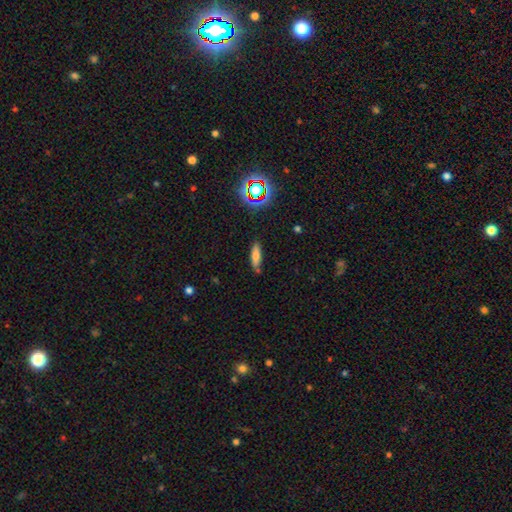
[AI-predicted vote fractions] smooth_or_featured: smooth (p=0.66) [alt: featured or disk p=0.21]
how_rounded: cigar-shaped (p=0.52) [alt: in between p=0.45]
merging: none (p=0.79) [alt: minor disturbance p=0.14]